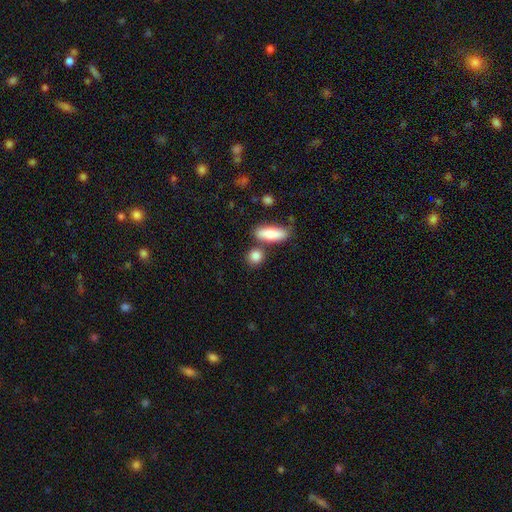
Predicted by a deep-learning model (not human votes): A smooth galaxy with no disk features (85%) that is round (64%). Merging: none (70%).